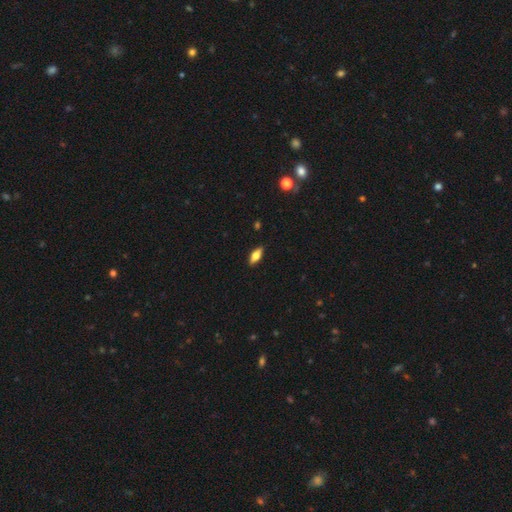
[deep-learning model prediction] Smooth or featured? smooth (65%)
How rounded? in between (76%)
Merging? none (89%)